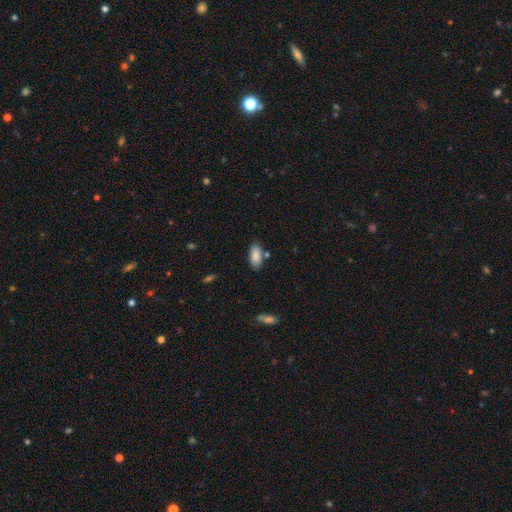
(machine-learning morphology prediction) Smooth or featured: smooth — 88% (star or artifact — 7%)
How rounded: in between — 89% (cigar-shaped — 9%)
Merging: none — 78% (minor disturbance — 13%)